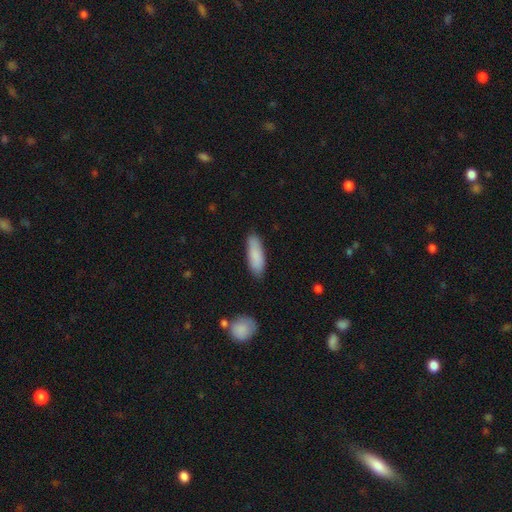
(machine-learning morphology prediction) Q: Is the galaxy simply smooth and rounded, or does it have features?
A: smooth — 86%.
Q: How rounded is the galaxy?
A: in between — 52%.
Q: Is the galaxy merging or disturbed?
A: none — 83%.